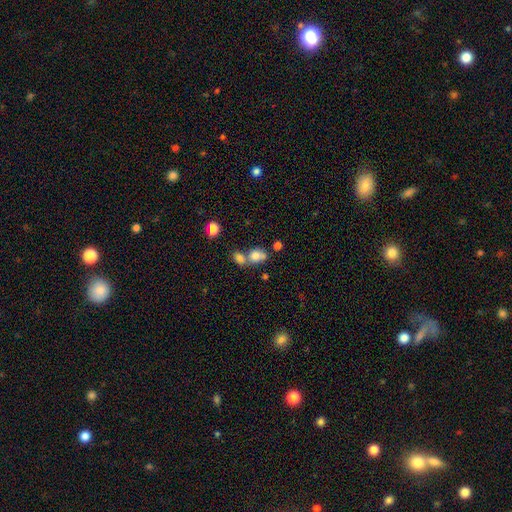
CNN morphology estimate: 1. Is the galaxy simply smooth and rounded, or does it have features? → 76% smooth, 13% featured or disk, 11% star or artifact.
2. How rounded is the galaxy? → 63% in between, 35% round, 2% cigar-shaped.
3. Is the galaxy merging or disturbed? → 55% merger, 30% none, 10% minor disturbance, 5% major disturbance.